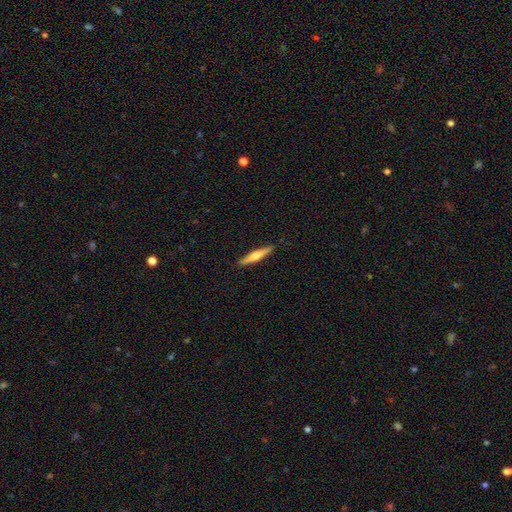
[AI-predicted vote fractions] Smooth or featured? Predicted: featured or disk (p=0.49). Merging? Predicted: none (p=0.91).